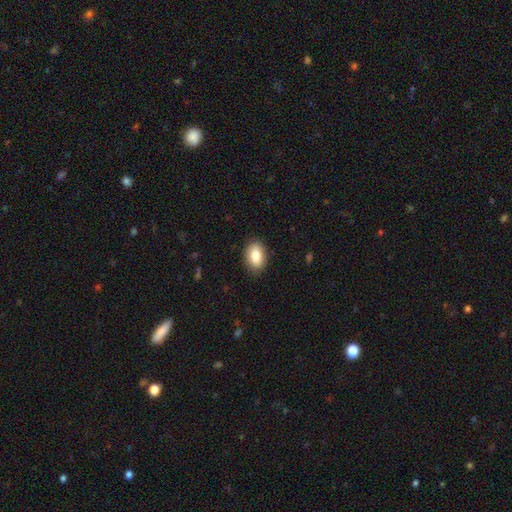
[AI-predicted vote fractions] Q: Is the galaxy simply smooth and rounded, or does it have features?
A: smooth — 83%.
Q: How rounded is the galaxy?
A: in between — 84%.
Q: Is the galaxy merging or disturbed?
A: none — 87%.